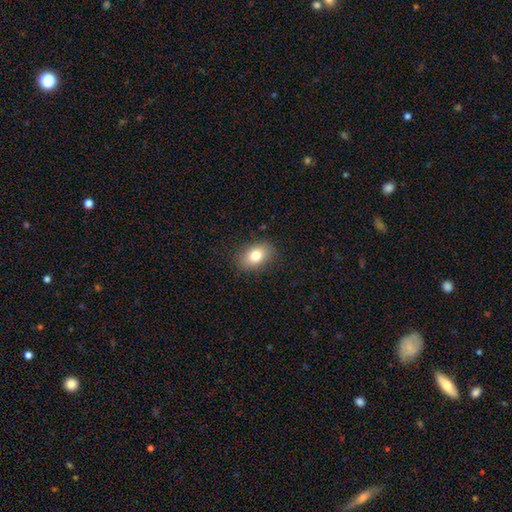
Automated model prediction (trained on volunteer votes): Morphology: type=smooth (80%); roundness=in between (80%); merging=none (86%).